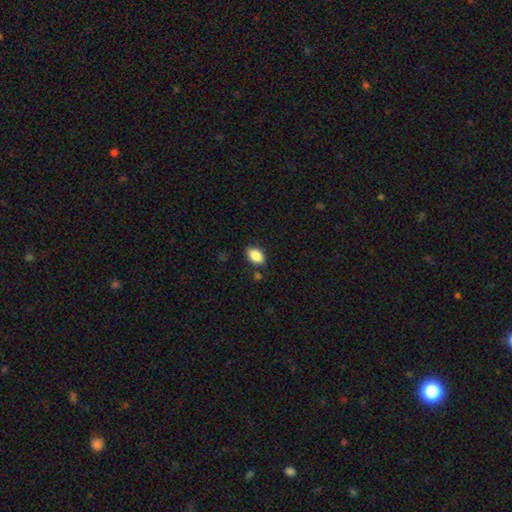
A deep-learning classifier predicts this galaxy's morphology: smooth 87%, star or artifact 8%, featured or disk 5%. Down the decision tree: how rounded — in between (89%); merging — none (82%).